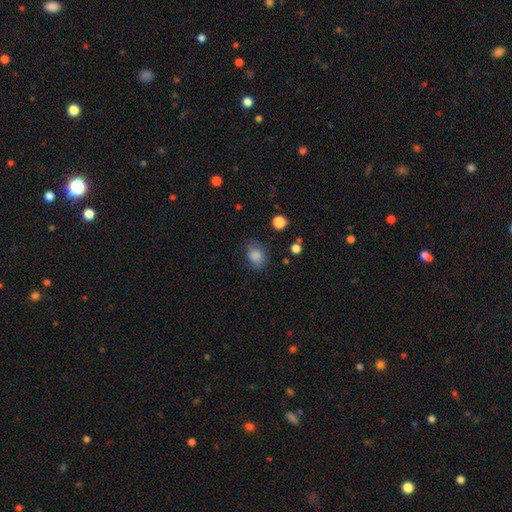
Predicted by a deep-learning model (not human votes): smooth-or-featured: smooth: 84% | star or artifact: 10% | featured or disk: 6%
  how-rounded: in between: 56% | round: 43% | cigar-shaped: 1%
  merging: none: 68% | minor disturbance: 23% | major disturbance: 7% | merger: 2%